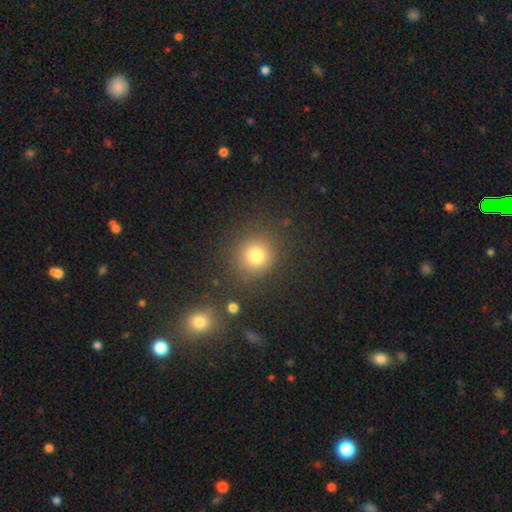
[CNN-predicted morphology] smooth 77%, star or artifact 15%, featured or disk 8%. Down the decision tree: how rounded — round (89%); merging — none (84%).